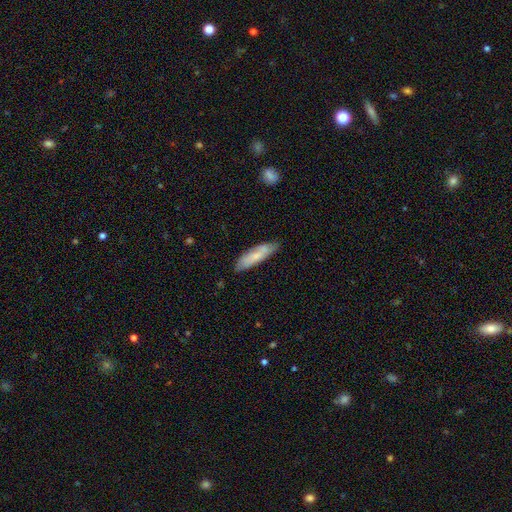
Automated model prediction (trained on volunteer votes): A smooth galaxy with no disk features (66%) that is cigar-shaped (64%). Merging: none (75%).